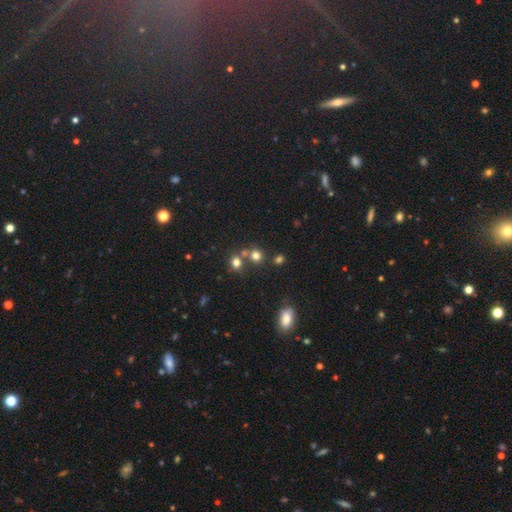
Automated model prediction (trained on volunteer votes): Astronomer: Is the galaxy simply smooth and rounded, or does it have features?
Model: smooth — 72%.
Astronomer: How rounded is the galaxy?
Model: round — 83%.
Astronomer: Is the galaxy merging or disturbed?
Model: none — 60%.